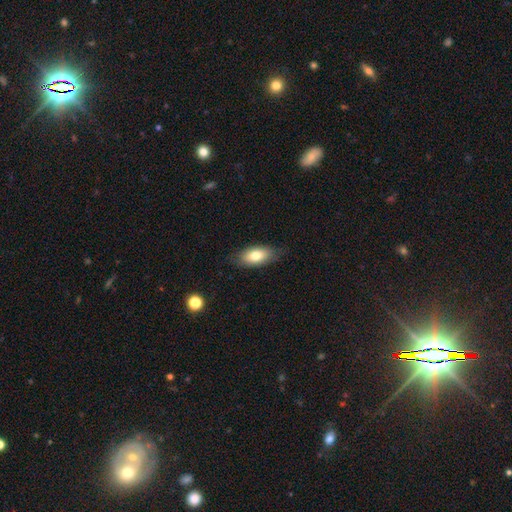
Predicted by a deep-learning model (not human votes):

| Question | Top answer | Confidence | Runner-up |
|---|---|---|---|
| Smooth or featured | smooth | 76% | featured or disk (17%) |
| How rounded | in between | 88% | cigar-shaped (8%) |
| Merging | none | 79% | minor disturbance (16%) |